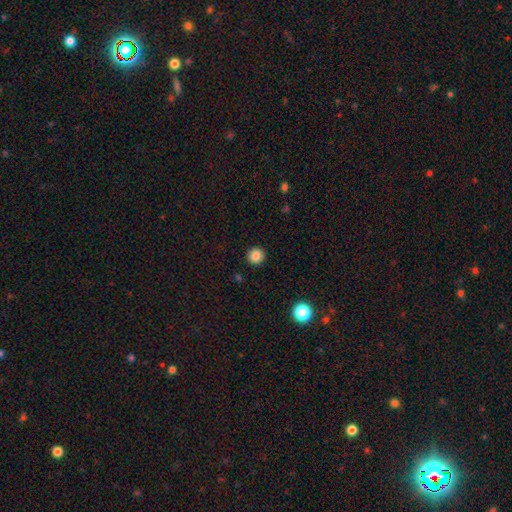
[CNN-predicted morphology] type=smooth (85%); roundness=round (94%); merging=none (92%).